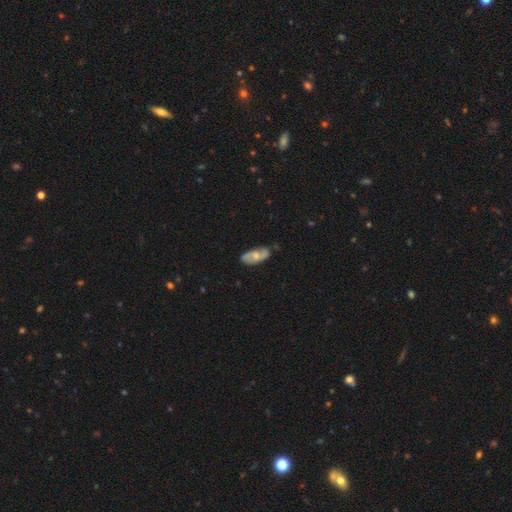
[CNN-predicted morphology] A featured or disk galaxy (52%). Merging: none (76%).